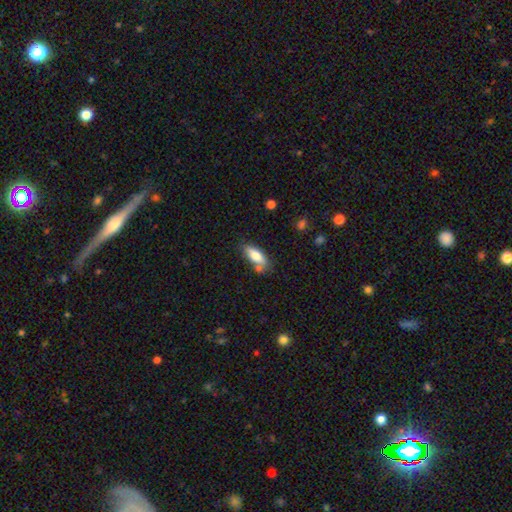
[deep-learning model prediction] Smooth or featured?
  - smooth: 77% *
  - featured or disk: 16%
  - star or artifact: 7%
How rounded?
  - in between: 74% *
  - cigar-shaped: 24%
  - round: 2%
Merging?
  - none: 63% *
  - minor disturbance: 19%
  - merger: 13%
  - major disturbance: 4%